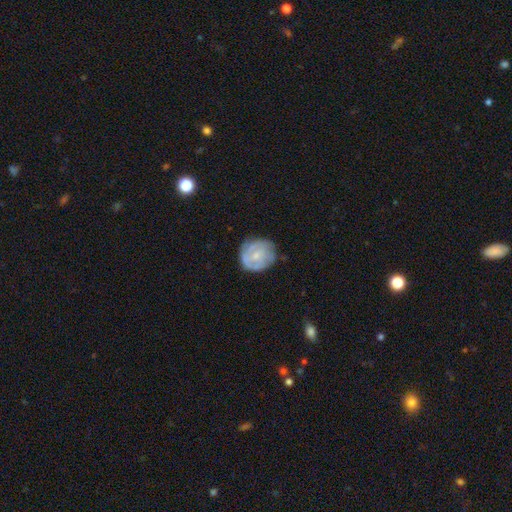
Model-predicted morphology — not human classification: This is possibly a featured or disk galaxy (51%). It is clearly not viewed edge-on (98%). Bar: likely no (69%). Spiral arm pattern: likely yes (64%). Central bulge: possibly small (57%). Merging: likely none (68%).